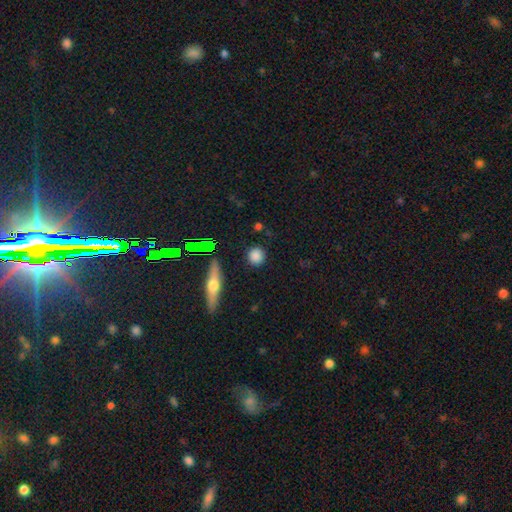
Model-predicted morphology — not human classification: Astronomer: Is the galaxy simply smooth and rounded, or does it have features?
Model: smooth — 82%.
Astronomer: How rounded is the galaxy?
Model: round — 90%.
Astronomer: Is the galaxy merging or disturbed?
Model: none — 87%.